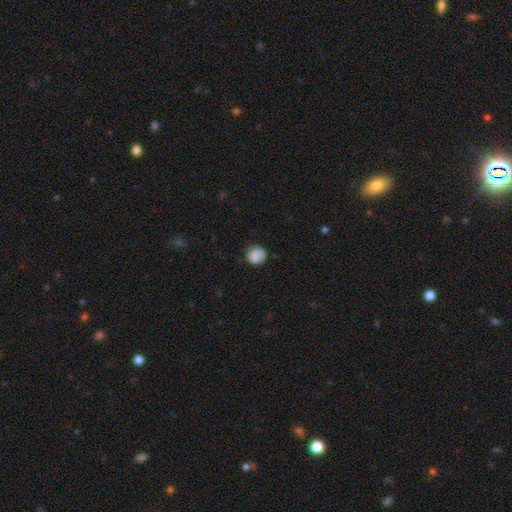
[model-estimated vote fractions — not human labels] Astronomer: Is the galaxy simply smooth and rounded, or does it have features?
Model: smooth — 81%.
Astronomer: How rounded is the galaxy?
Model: round — 87%.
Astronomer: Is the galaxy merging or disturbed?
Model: none — 69%.